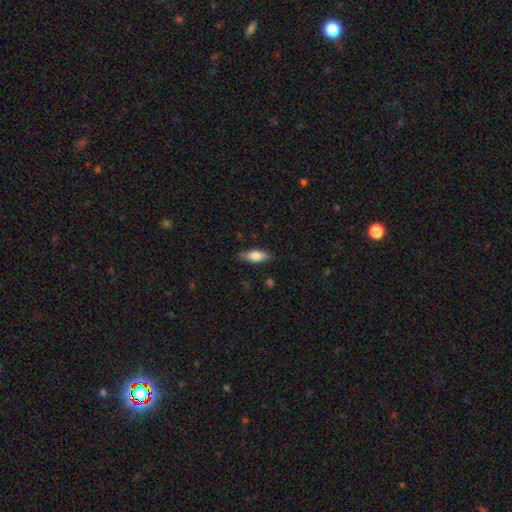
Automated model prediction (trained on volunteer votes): smooth-or-featured: smooth: 76% | featured or disk: 18% | star or artifact: 6%
  how-rounded: in between: 75% | cigar-shaped: 22% | round: 3%
  merging: none: 78% | minor disturbance: 17% | major disturbance: 3% | merger: 1%